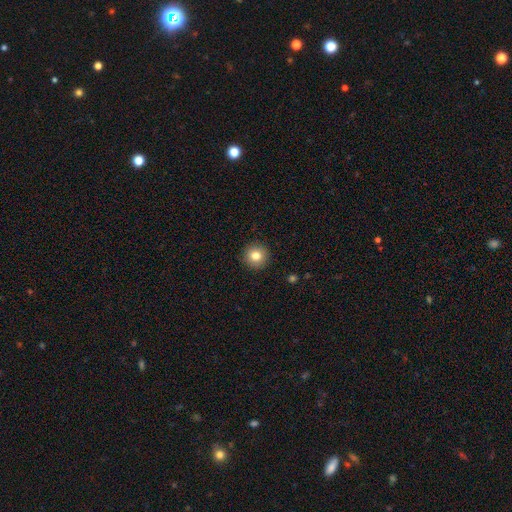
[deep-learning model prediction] Smooth or featured? smooth (82%)
How rounded? round (95%)
Merging? none (93%)